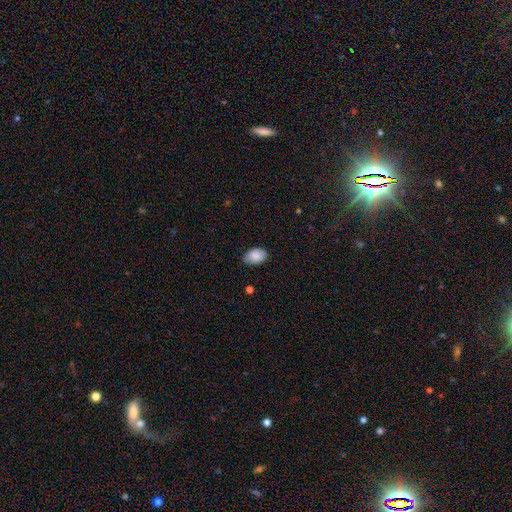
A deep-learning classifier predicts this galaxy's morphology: Overall: smooth (87%). How rounded: in between (86%). Merging: none (74%).